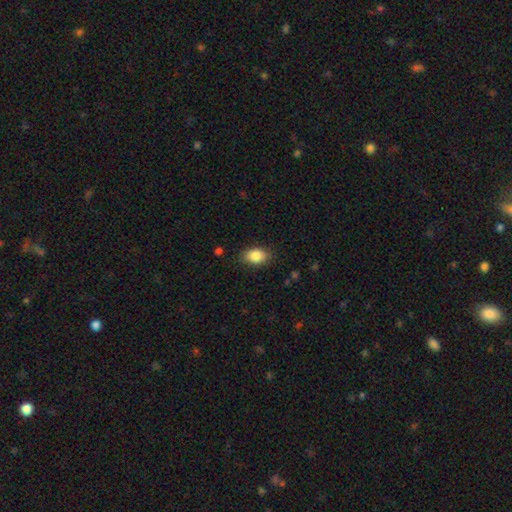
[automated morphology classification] Smooth or featured? smooth (86%)
How rounded? in between (83%)
Merging? none (83%)